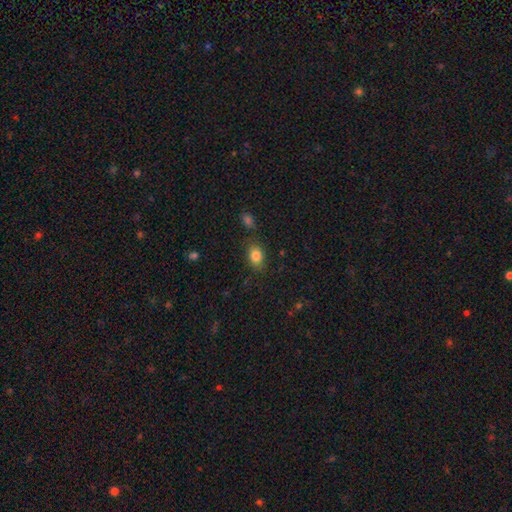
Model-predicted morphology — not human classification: This appears to be a smooth galaxy with no disk features (84%) that is in between round and cigar-shaped (74%). Merging: none (79%).